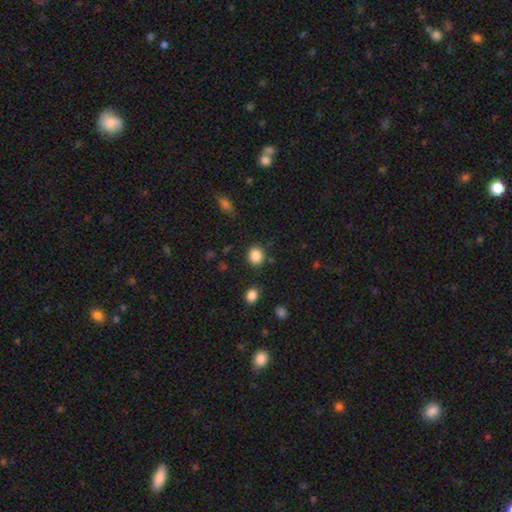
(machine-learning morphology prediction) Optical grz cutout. It shows a smooth galaxy with no disk features (86%) that is round (71%). Merging: none (84%).